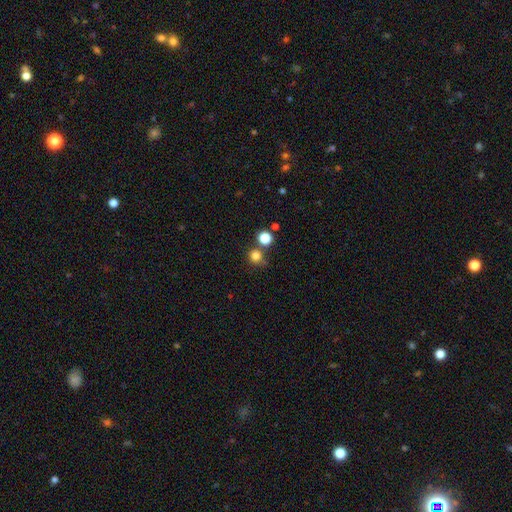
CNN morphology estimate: Smooth or featured?
  - smooth: 79% *
  - star or artifact: 15%
  - featured or disk: 5%
How rounded?
  - round: 92% *
  - in between: 7%
  - cigar-shaped: 1%
Merging?
  - none: 71% *
  - merger: 16%
  - minor disturbance: 9%
  - major disturbance: 4%